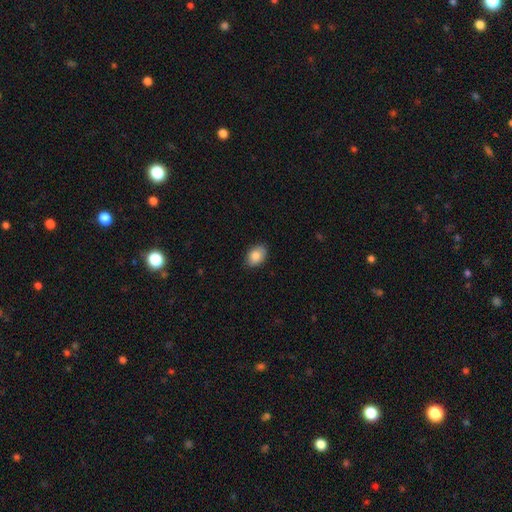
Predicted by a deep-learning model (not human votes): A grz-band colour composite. It shows a smooth galaxy with no disk features (86%) that is in between round and cigar-shaped (81%). Merging: none (87%).